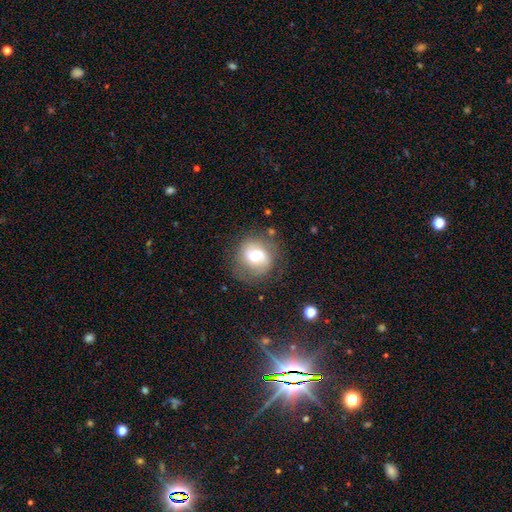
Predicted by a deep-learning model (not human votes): smooth-or-featured: featured or disk: 48% | smooth: 43% | star or artifact: 9%
  merging: none: 67% | minor disturbance: 20% | major disturbance: 11% | merger: 2%